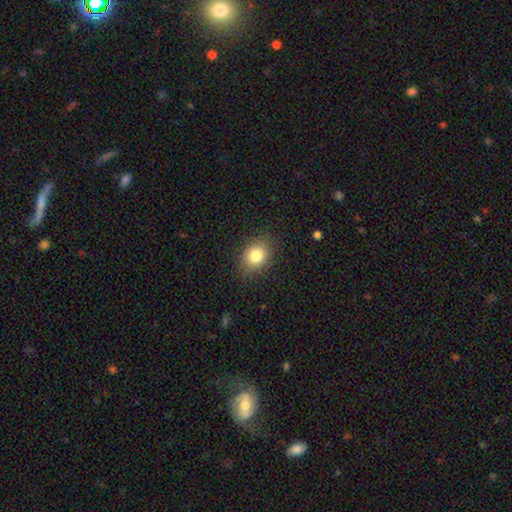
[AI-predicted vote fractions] This appears to be a smooth galaxy with no disk features (82%) that is in between round and cigar-shaped (50%). Merging: none (84%).